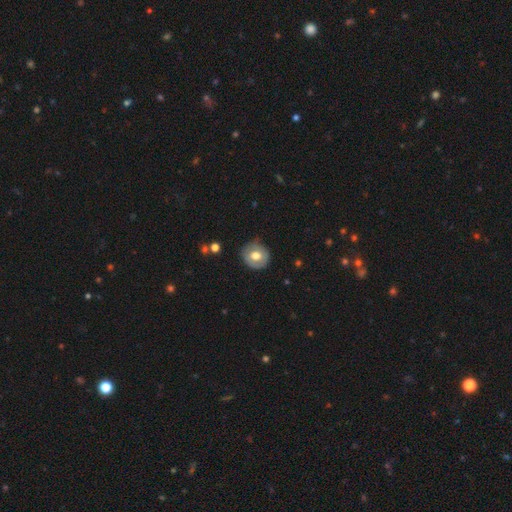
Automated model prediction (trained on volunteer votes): Overall: smooth (63%; featured or disk 30%). How rounded: round (88%). Merging: none (80%).